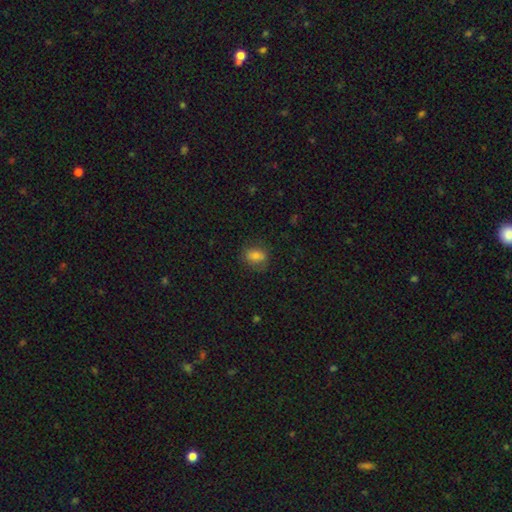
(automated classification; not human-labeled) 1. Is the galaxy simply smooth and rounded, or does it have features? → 77% smooth, 12% featured or disk, 11% star or artifact.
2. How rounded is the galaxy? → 66% in between, 33% round, 2% cigar-shaped.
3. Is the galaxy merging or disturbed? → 75% none, 17% minor disturbance, 6% major disturbance, 1% merger.